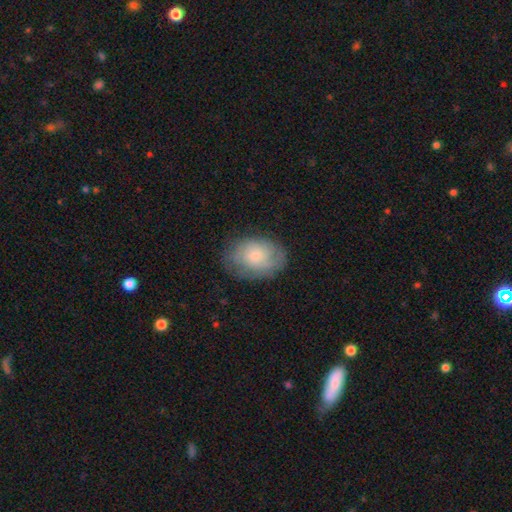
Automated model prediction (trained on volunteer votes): Smooth or featured? Predicted: smooth (p=0.61). How rounded? Predicted: in between (p=0.74). Merging? Predicted: none (p=0.73).